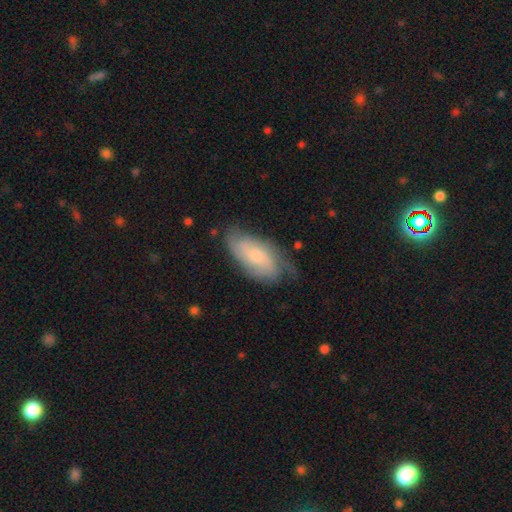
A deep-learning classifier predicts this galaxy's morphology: A featured or disk galaxy (57%) with no bar (68%), spiral arms (87%) and a small central bulge (47%). Merging: none (59%).